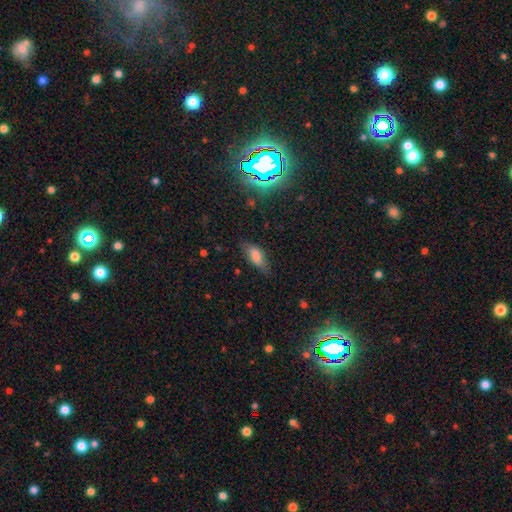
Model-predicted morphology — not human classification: smooth-or-featured: smooth: 73% | featured or disk: 17% | star or artifact: 10%
  how-rounded: in between: 75% | cigar-shaped: 22% | round: 3%
  merging: none: 70% | minor disturbance: 22% | major disturbance: 6% | merger: 2%